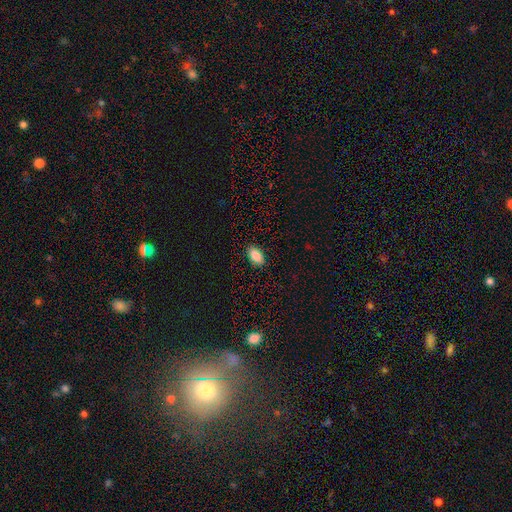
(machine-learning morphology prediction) This is clearly a smooth galaxy (87%). How rounded: clearly in between (91%). Merging: clearly none (88%).